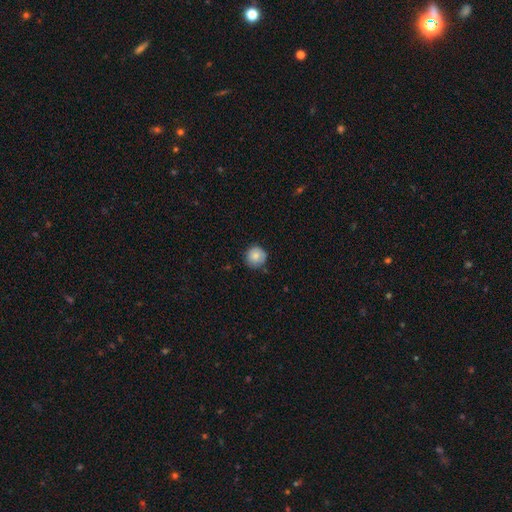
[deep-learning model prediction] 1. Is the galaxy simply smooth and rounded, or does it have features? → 81% smooth, 11% featured or disk, 8% star or artifact.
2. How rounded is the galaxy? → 94% round, 5% in between, 1% cigar-shaped.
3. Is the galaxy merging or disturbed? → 79% none, 17% minor disturbance, 3% major disturbance, 2% merger.